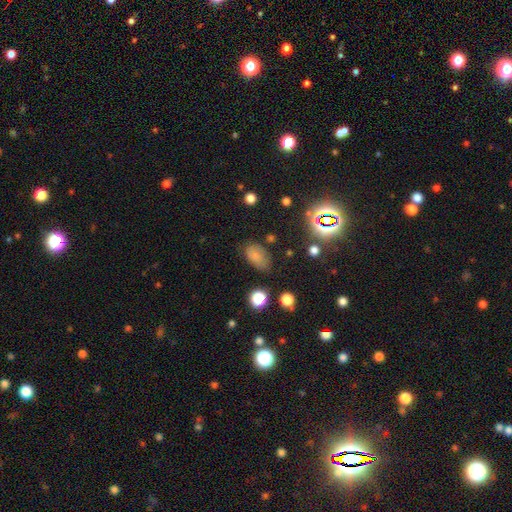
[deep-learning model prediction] Morphology: type=smooth (75%); roundness=in between (89%); merging=none (67%).